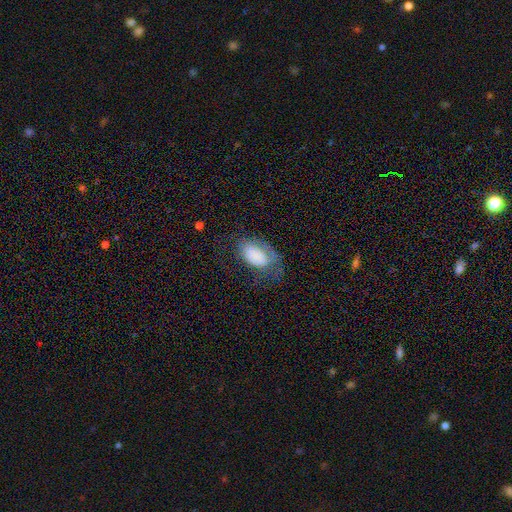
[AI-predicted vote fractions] Q: Smooth or featured?
A: smooth (72%); runner-up: featured or disk (20%)
Q: How rounded?
A: in between (93%); runner-up: round (6%)
Q: Merging?
A: none (41%); runner-up: major disturbance (29%)